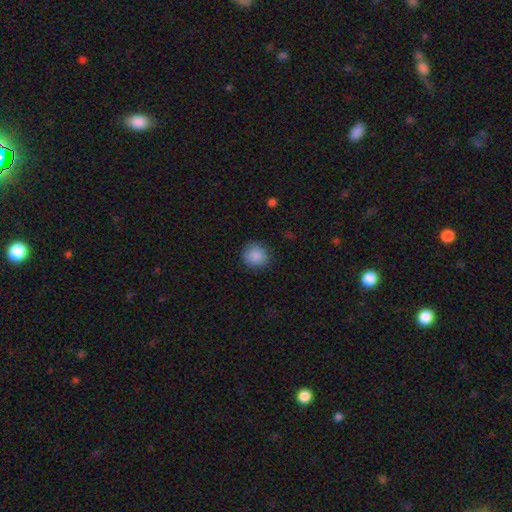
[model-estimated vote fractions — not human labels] Morphology: type=smooth (88%); roundness=round (90%); merging=none (88%).